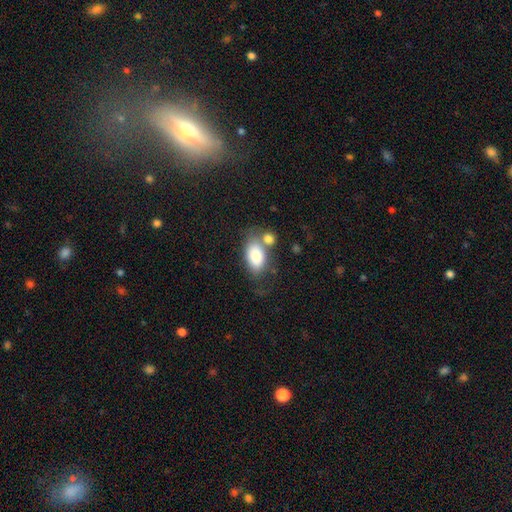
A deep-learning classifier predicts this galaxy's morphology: smooth_or_featured: smooth (p=0.81) [alt: featured or disk p=0.12]
how_rounded: in between (p=0.92) [alt: round p=0.06]
merging: none (p=0.46) [alt: merger p=0.28]